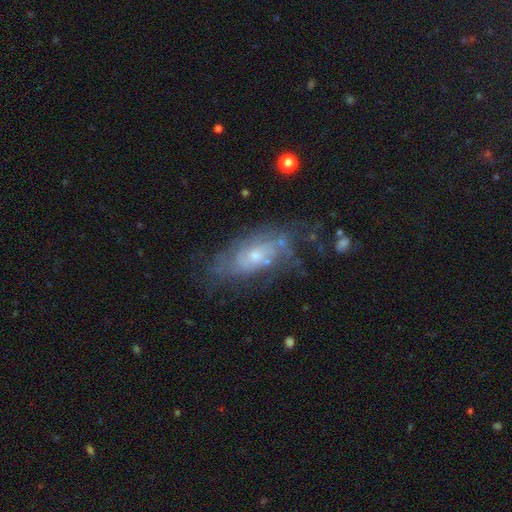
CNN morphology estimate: Smooth or featured? Predicted: featured or disk (p=0.70). Edge-on disk? Predicted: no (p=0.89). Bar? Predicted: no (p=0.74). Spiral arms? Predicted: yes (p=0.71). Bulge size? Predicted: small (p=0.55). Merging? Predicted: none (p=0.59).